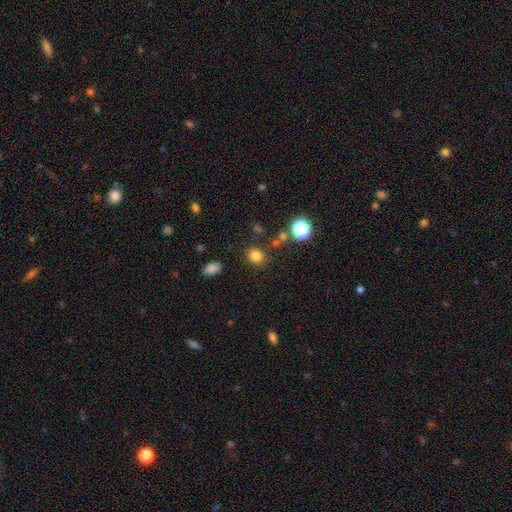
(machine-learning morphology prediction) A smooth galaxy with no disk features (79%) that is round (68%).

Vote fractions:
- Smooth or featured? smooth: 79% / star or artifact: 15% / featured or disk: 6%
- How rounded? round: 68% / in between: 31% / cigar-shaped: 1%
- Merging? none: 83% / minor disturbance: 10% / merger: 4% / major disturbance: 4%